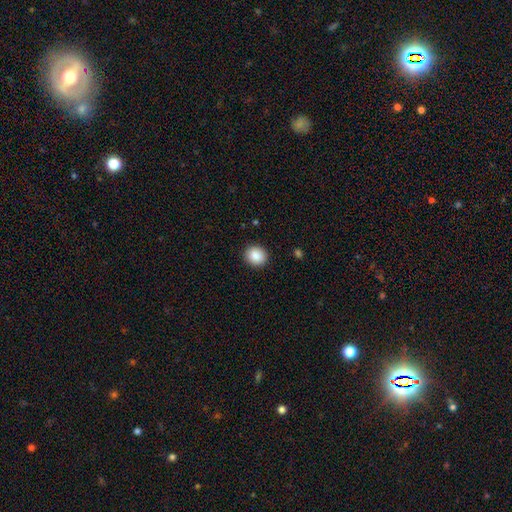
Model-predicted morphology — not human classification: smooth 88%, star or artifact 8%, featured or disk 4%. Down the decision tree: how rounded — round (82%); merging — none (91%).